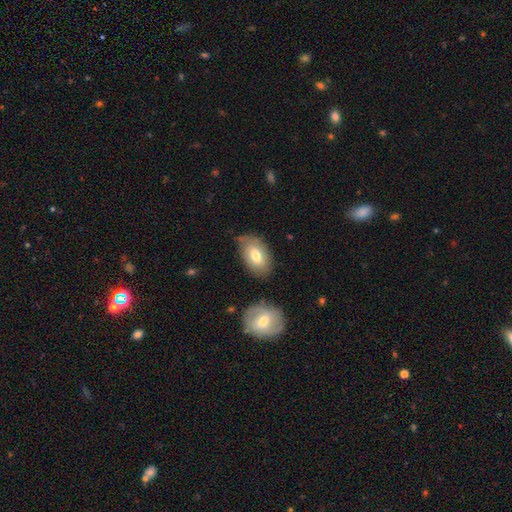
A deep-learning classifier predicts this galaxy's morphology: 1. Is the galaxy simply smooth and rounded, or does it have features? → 69% smooth, 25% featured or disk, 6% star or artifact.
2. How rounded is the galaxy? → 92% in between, 6% round, 2% cigar-shaped.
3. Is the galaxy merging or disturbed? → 66% none, 24% minor disturbance, 5% major disturbance, 5% merger.